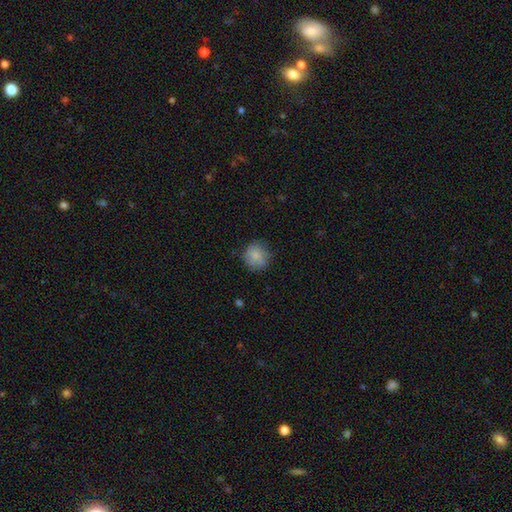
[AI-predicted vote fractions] Overall: smooth (80%). How rounded: round (88%). Merging: none (75%).